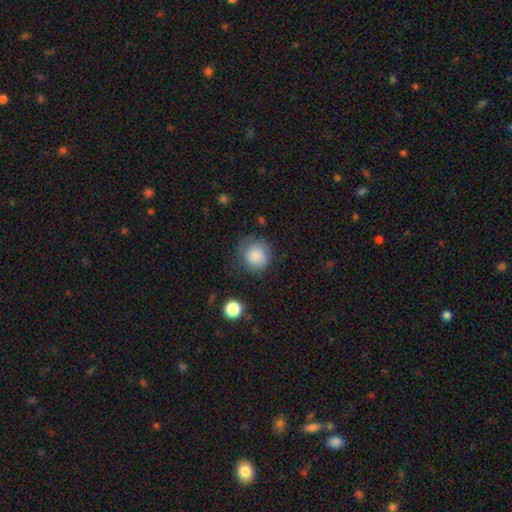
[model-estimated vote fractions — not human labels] Morphology: type=smooth (82%); roundness=round (89%); merging=none (67%).